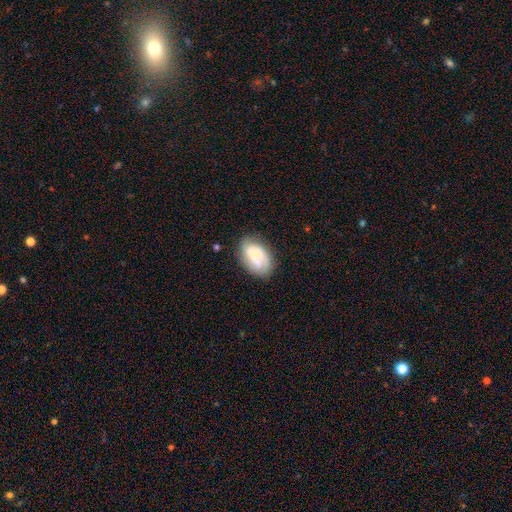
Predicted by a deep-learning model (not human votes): Morphology: type=smooth (50%); roundness=in between (87%); merging=none (72%).